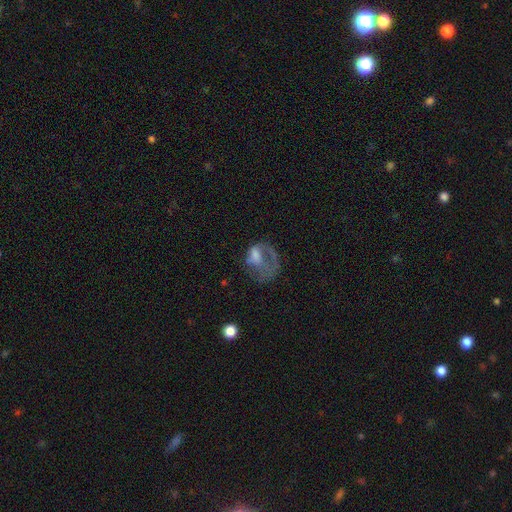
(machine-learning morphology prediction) Smooth or featured: featured or disk — 50% (smooth — 38%)
Edge-on disk: no — 97% (yes — 3%)
Merging: major disturbance — 55% (none — 25%)